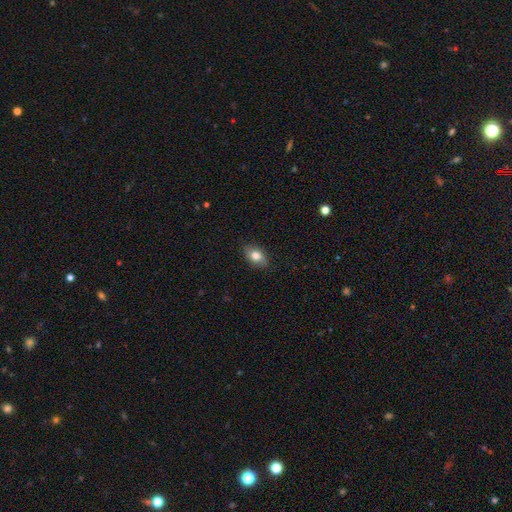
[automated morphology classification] smooth 78%, featured or disk 14%, star or artifact 8%. Down the decision tree: how rounded — in between (85%); merging — none (86%).